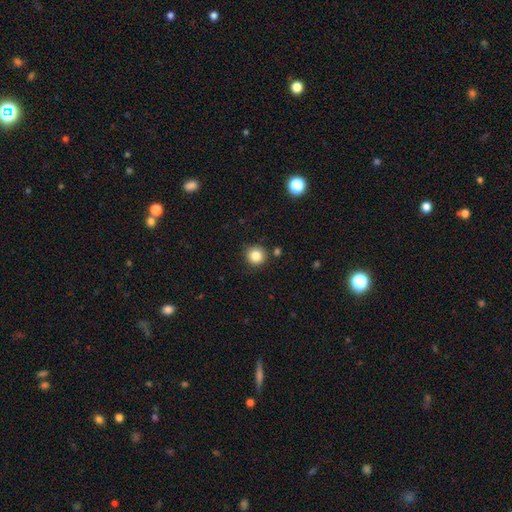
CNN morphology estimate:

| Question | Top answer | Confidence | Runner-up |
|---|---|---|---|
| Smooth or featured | smooth | 85% | star or artifact (10%) |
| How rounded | round | 93% | in between (6%) |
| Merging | none | 87% | minor disturbance (8%) |